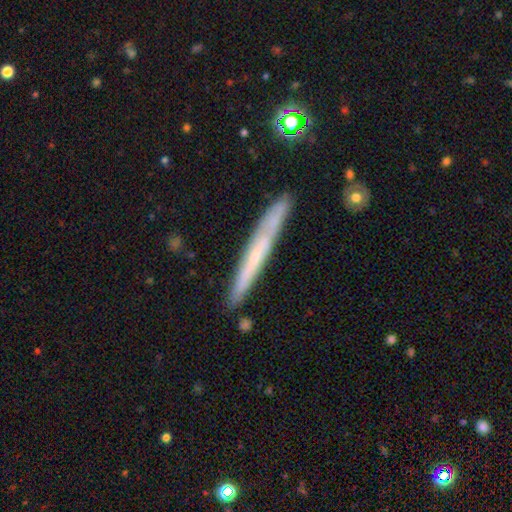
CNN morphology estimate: A featured or disk galaxy (56%) viewed edge-on (91%) with no central bulge (70%). Merging: none (86%).